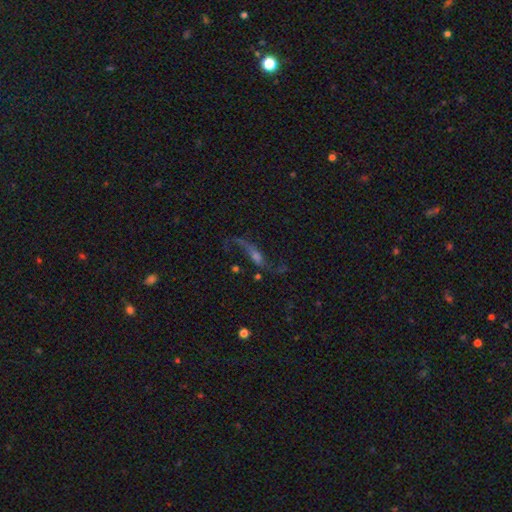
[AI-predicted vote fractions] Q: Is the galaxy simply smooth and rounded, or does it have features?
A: featured or disk — 69%.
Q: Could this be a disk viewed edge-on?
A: no — 72%.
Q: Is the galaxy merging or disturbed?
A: none — 56%.